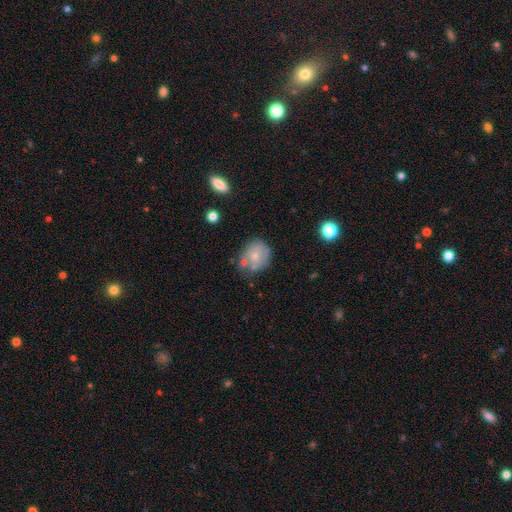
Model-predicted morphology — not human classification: type=smooth (62%); roundness=round (71%); merging=none (49%).